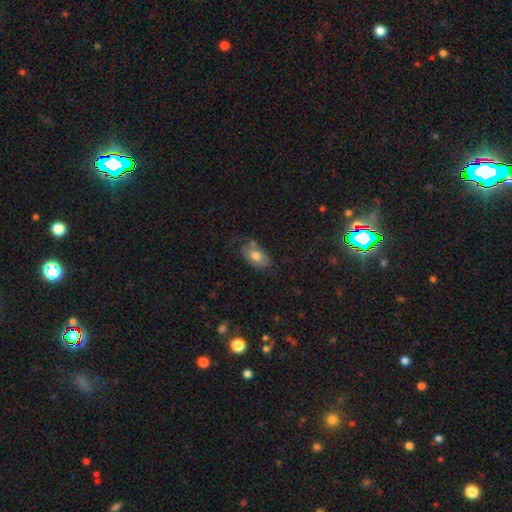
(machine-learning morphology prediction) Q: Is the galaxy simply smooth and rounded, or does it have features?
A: smooth — 70%.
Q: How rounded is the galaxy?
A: in between — 91%.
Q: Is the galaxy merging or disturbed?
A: none — 53%.